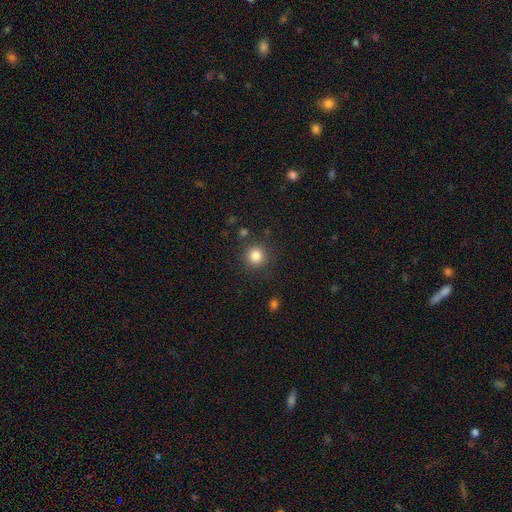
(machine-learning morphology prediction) Q: Smooth or featured?
A: smooth (83%); runner-up: star or artifact (12%)
Q: How rounded?
A: round (94%); runner-up: in between (5%)
Q: Merging?
A: none (88%); runner-up: minor disturbance (7%)